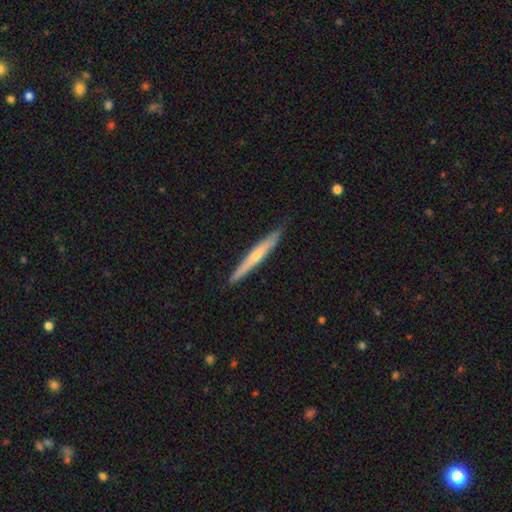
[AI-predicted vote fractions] Overall: featured or disk (50%; smooth 45%). Edge-on disk: yes (95%). Merging: none (89%).